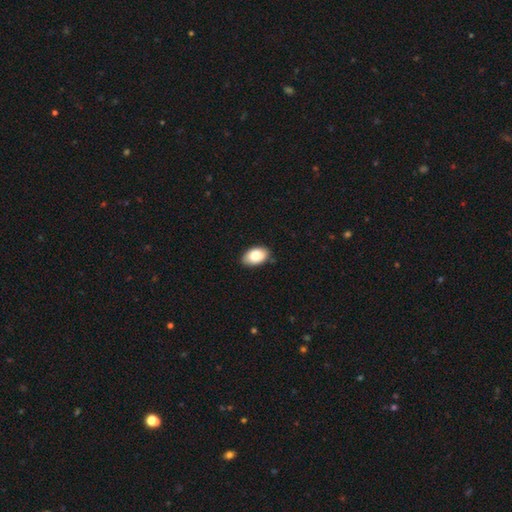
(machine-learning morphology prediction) A smooth galaxy with no disk features (85%) that is in between round and cigar-shaped (92%).

Vote fractions:
- Smooth or featured? smooth: 85% / featured or disk: 8% / star or artifact: 7%
- How rounded? in between: 92% / round: 7% / cigar-shaped: 1%
- Merging? none: 84% / minor disturbance: 13% / major disturbance: 2% / merger: 1%